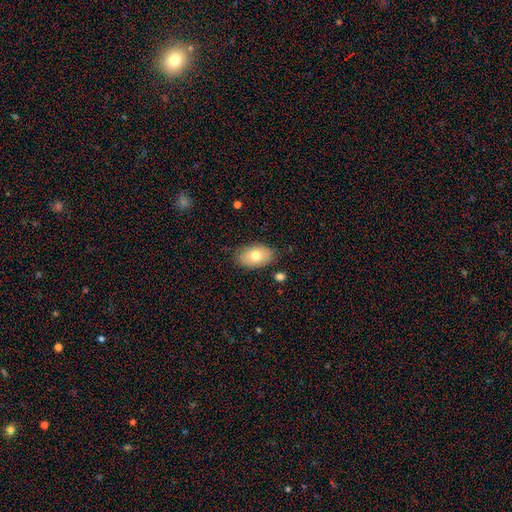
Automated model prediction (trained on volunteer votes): Smooth or featured? smooth (73%)
How rounded? in between (91%)
Merging? none (82%)